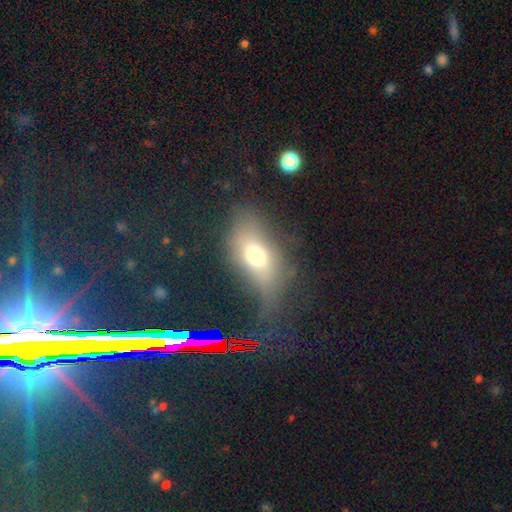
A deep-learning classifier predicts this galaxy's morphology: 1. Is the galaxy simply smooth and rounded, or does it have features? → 64% smooth, 21% featured or disk, 15% star or artifact.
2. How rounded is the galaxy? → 79% in between, 13% round, 8% cigar-shaped.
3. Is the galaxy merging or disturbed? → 51% none, 24% minor disturbance, 22% major disturbance, 3% merger.